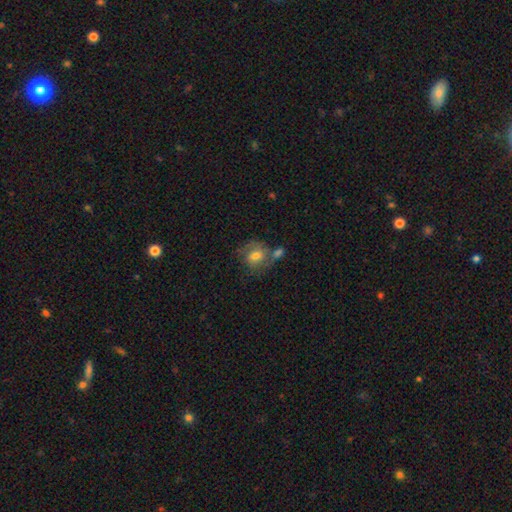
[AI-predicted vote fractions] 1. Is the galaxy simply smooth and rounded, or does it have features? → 53% smooth, 38% featured or disk, 9% star or artifact.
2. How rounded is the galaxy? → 67% round, 32% in between, 1% cigar-shaped.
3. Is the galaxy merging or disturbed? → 42% none, 29% merger, 18% minor disturbance, 11% major disturbance.